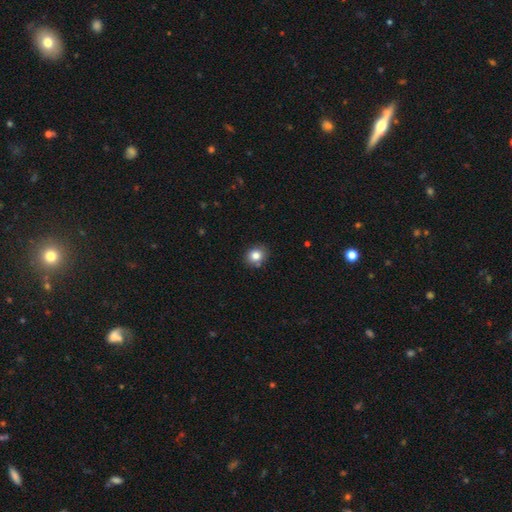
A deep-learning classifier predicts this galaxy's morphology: type=smooth (82%); roundness=round (71%); merging=none (83%).